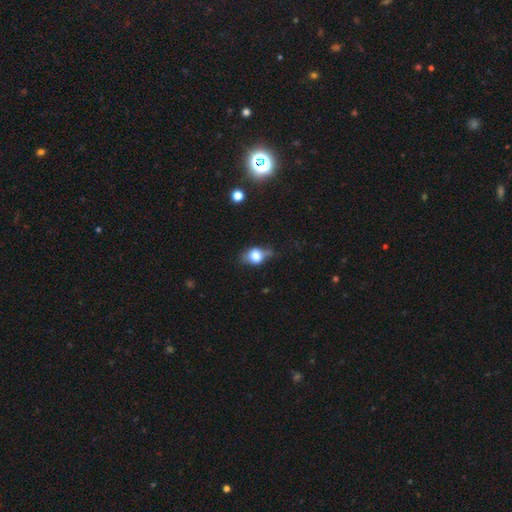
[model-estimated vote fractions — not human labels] Smooth or featured?
  - smooth: 68% *
  - featured or disk: 21%
  - star or artifact: 11%
How rounded?
  - in between: 57% *
  - round: 40%
  - cigar-shaped: 3%
Merging?
  - none: 51% *
  - minor disturbance: 32%
  - major disturbance: 12%
  - merger: 5%